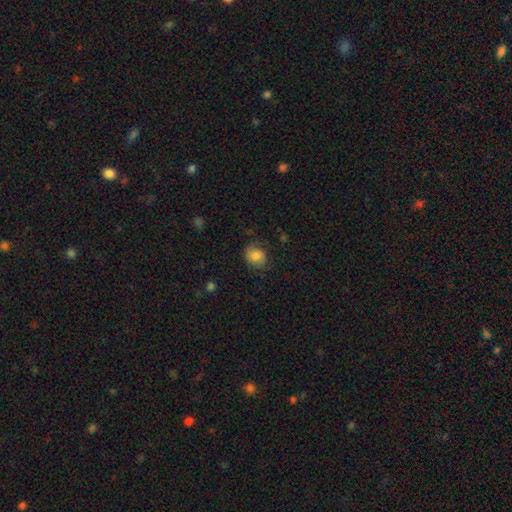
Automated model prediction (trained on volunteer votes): Morphology: type=smooth (80%); roundness=round (68%); merging=none (71%).